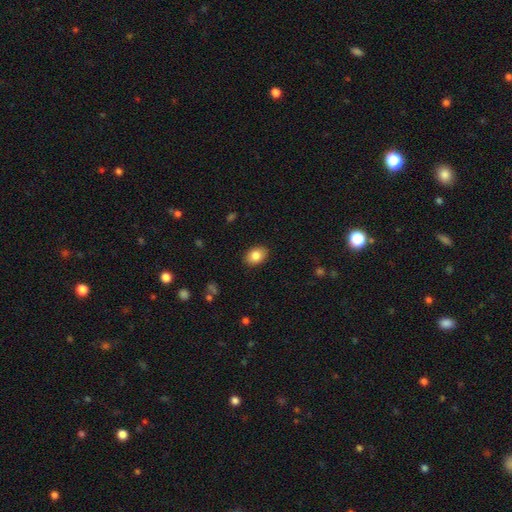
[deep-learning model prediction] Smooth or featured: smooth — 84% (star or artifact — 8%)
How rounded: in between — 78% (round — 21%)
Merging: none — 88% (minor disturbance — 9%)